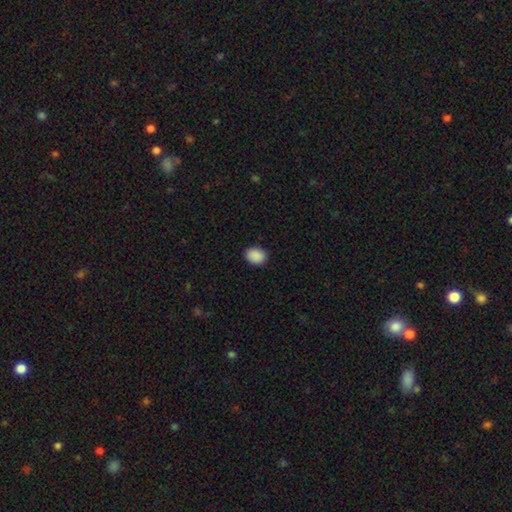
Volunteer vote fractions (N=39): This appears to be a smooth galaxy with no disk features (90%) that is in between round and cigar-shaped (60%). Merging: none (95%).